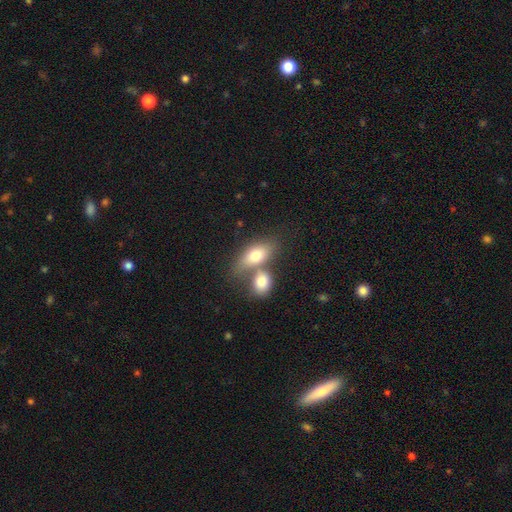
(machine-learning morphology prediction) smooth-or-featured: smooth: 73% | featured or disk: 20% | star or artifact: 7%
  how-rounded: in between: 81% | round: 10% | cigar-shaped: 9%
  merging: merger: 53% | none: 32% | minor disturbance: 9% | major disturbance: 5%